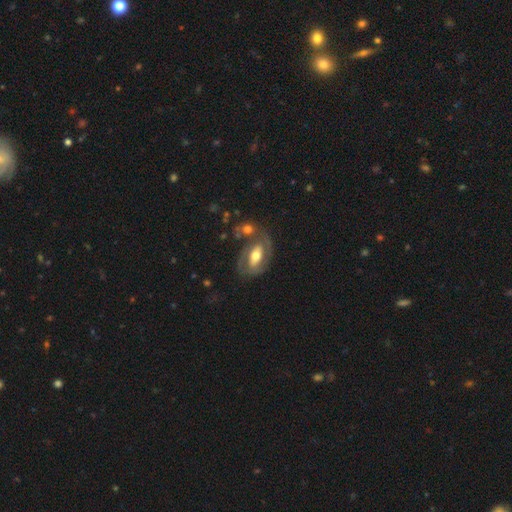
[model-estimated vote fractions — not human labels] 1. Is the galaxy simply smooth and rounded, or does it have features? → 64% featured or disk, 30% smooth, 6% star or artifact.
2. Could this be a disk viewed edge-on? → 91% no, 9% yes.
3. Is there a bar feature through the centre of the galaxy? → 37% no, 33% weak, 30% strong.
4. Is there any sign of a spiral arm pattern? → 62% yes, 38% no.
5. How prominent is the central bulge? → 65% moderate, 19% large, 13% small, 2% dominant, 1% none.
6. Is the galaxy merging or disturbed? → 50% none, 18% minor disturbance, 18% merger, 14% major disturbance.